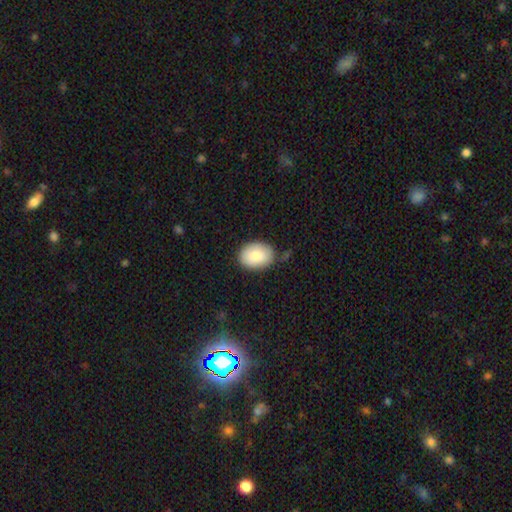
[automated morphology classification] This is clearly a smooth galaxy (87%). How rounded: likely in between (79%). Merging: likely none (76%).